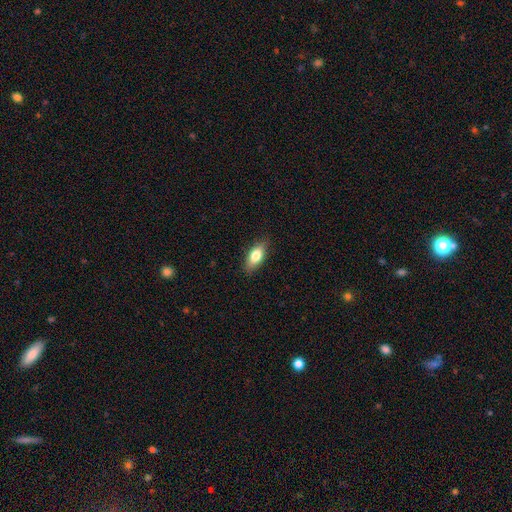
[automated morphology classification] smooth 77%, featured or disk 17%, star or artifact 7%. Down the decision tree: how rounded — in between (81%); merging — none (85%).